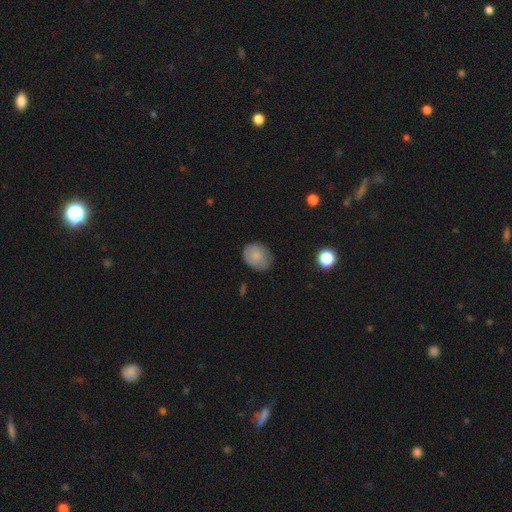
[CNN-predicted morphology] smooth_or_featured: smooth (p=0.80) [alt: featured or disk p=0.12]
how_rounded: in between (p=0.52) [alt: round p=0.47]
merging: none (p=0.78) [alt: minor disturbance p=0.17]